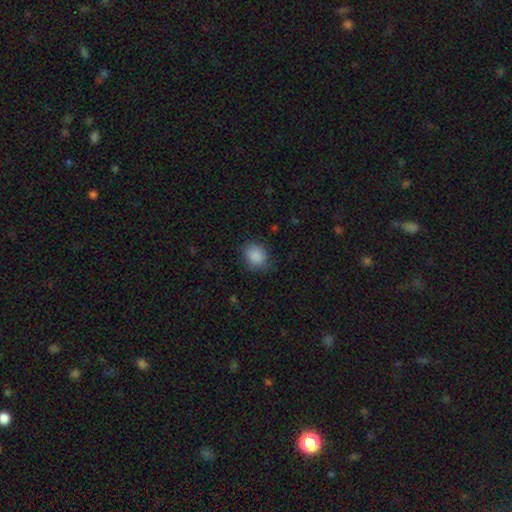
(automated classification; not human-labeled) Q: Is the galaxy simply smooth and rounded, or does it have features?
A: smooth — 88%.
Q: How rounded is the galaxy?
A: round — 61%.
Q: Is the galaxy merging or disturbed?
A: none — 80%.